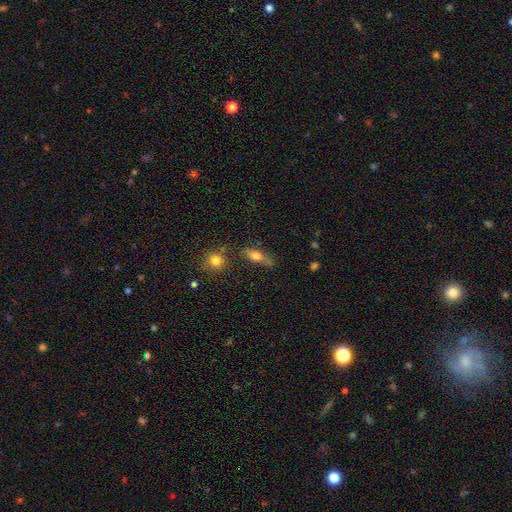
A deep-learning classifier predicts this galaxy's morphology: Smooth or featured: smooth — 75% (featured or disk — 16%)
How rounded: in between — 73% (cigar-shaped — 21%)
Merging: none — 62% (minor disturbance — 21%)